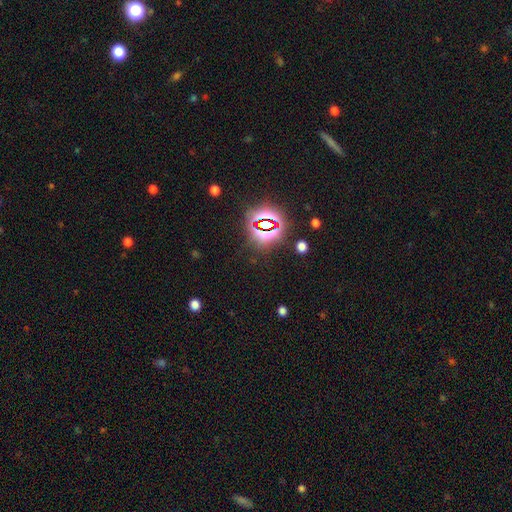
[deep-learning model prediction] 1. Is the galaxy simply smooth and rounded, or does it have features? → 81% star or artifact, 11% smooth, 7% featured or disk.